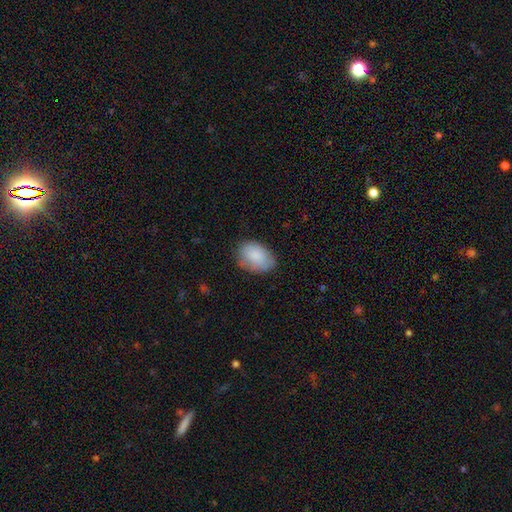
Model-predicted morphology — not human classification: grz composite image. It shows a smooth galaxy with no disk features (83%) that is in between round and cigar-shaped (82%). Merging: none (73%).